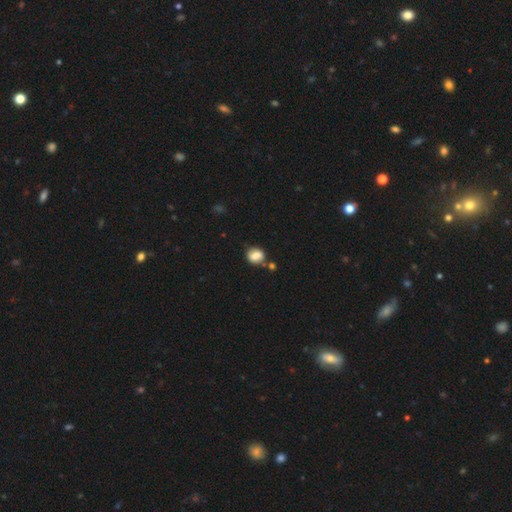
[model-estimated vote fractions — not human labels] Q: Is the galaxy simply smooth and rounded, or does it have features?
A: smooth — 77%.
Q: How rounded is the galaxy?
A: in between — 52%.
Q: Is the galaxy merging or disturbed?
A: none — 60%.